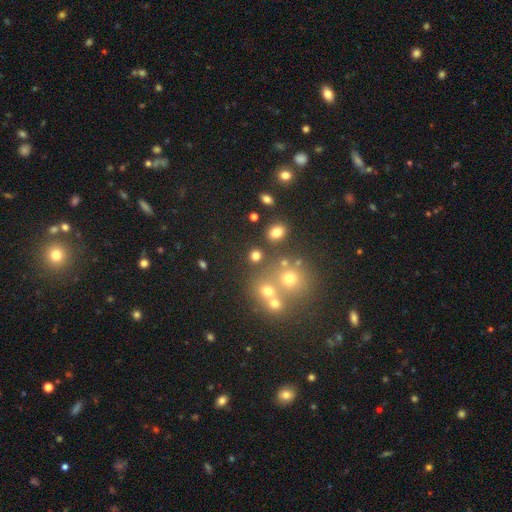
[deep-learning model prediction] This appears to be a smooth galaxy with no disk features (73%) that is round (73%). Merging: none (74%).